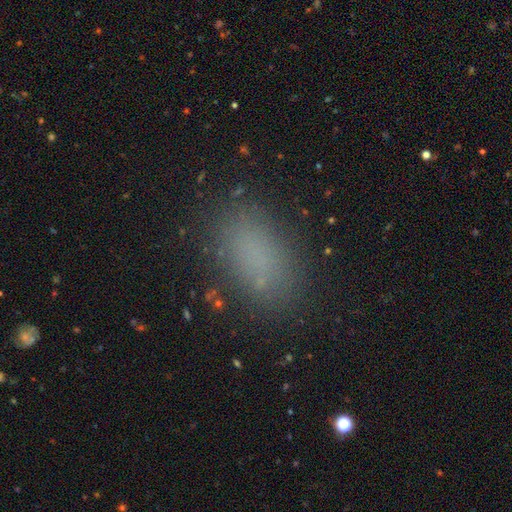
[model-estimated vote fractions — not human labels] Smooth or featured? smooth (80%)
How rounded? in between (90%)
Merging? none (84%)